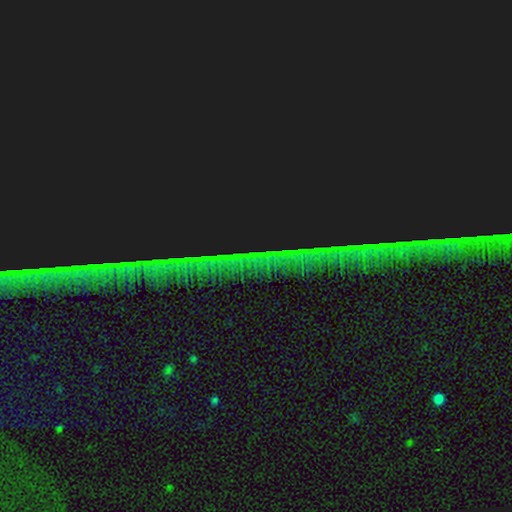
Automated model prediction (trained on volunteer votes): Smooth or featured: star or artifact — 86% (featured or disk — 7%)